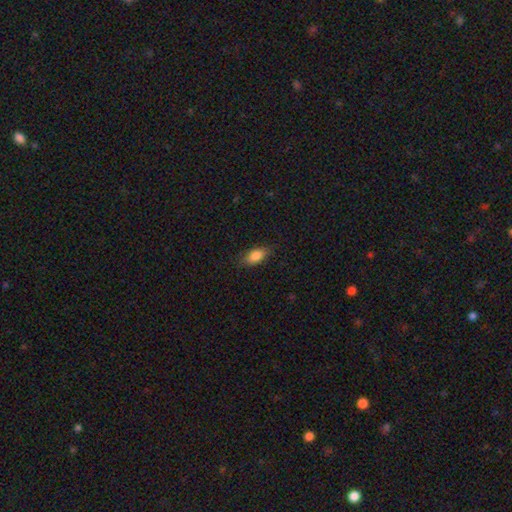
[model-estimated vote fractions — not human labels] smooth_or_featured: smooth (p=0.83) [alt: featured or disk p=0.10]
how_rounded: in between (p=0.85) [alt: cigar-shaped p=0.11]
merging: none (p=0.83) [alt: minor disturbance p=0.13]